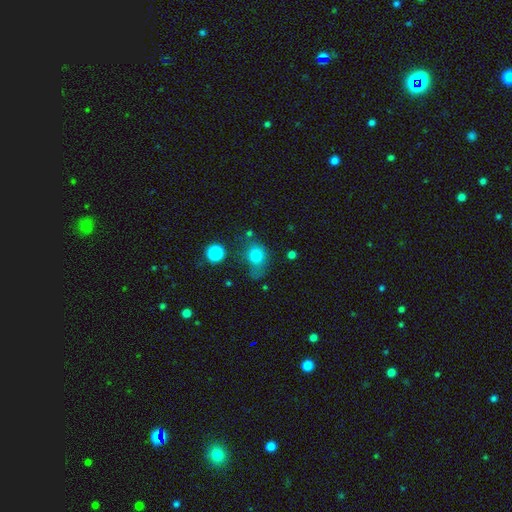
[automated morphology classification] Smooth or featured? Predicted: smooth (p=0.79). How rounded? Predicted: round (p=0.53). Merging? Predicted: none (p=0.45).